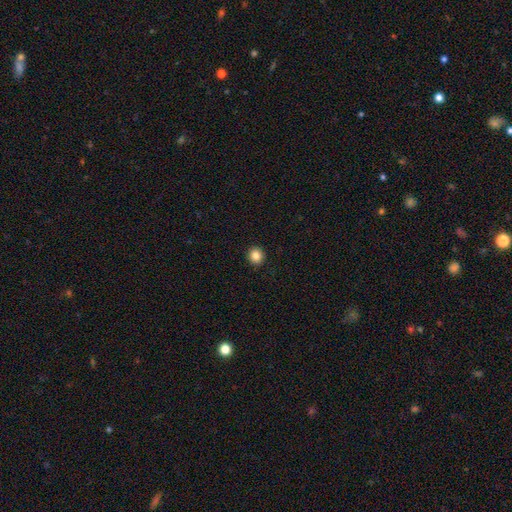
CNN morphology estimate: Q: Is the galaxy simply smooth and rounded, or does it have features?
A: smooth — 85%.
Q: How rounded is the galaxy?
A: round — 86%.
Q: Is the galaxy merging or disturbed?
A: none — 93%.